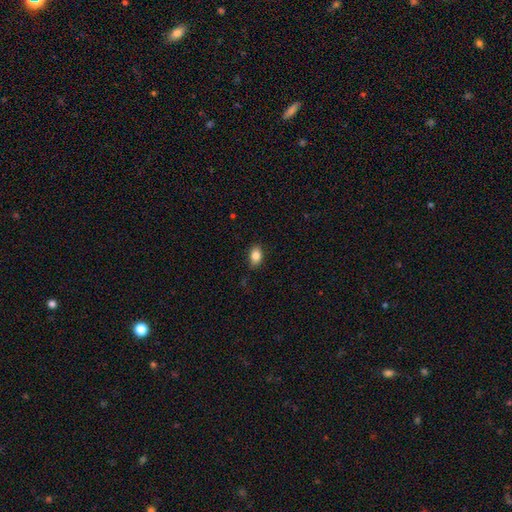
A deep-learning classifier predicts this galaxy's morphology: A smooth galaxy with no disk features (84%) that is in between round and cigar-shaped (84%). Merging: none (84%).